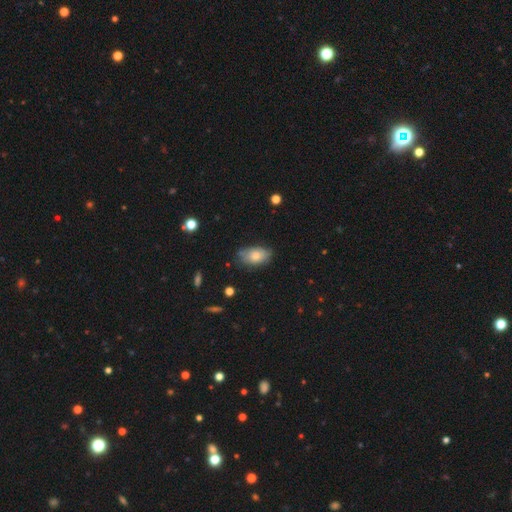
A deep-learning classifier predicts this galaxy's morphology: A smooth galaxy with no disk features (73%) that is in between round and cigar-shaped (91%). Merging: none (67%).